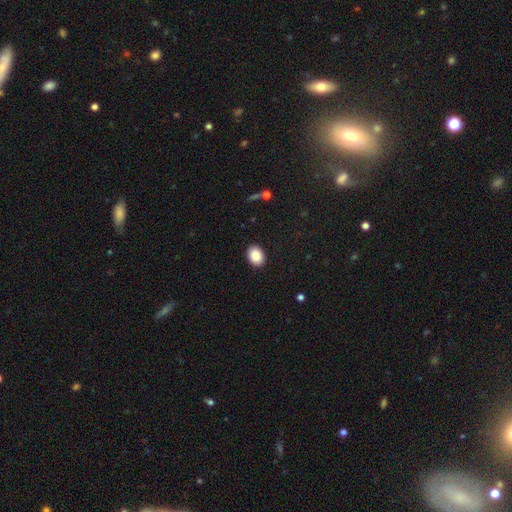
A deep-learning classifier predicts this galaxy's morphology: Smooth or featured? Predicted: smooth (p=0.89). How rounded? Predicted: in between (p=0.69). Merging? Predicted: none (p=0.90).